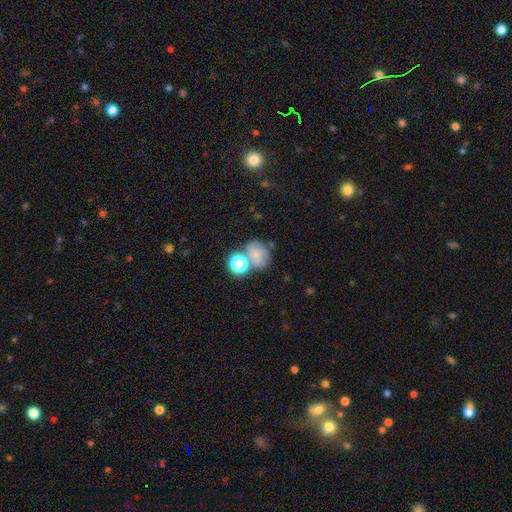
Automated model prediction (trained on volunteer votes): Smooth or featured? Predicted: smooth (p=0.54). How rounded? Predicted: round (p=0.61). Merging? Predicted: none (p=0.44).